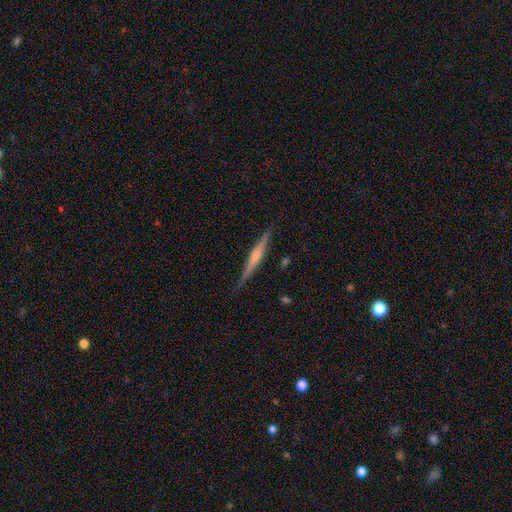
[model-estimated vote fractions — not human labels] Smooth or featured: featured or disk — 64% (smooth — 30%)
Edge-on disk: yes — 98% (no — 2%)
Edge-on bulge: rounded — 49% (none — 31%)
Merging: none — 87% (minor disturbance — 10%)